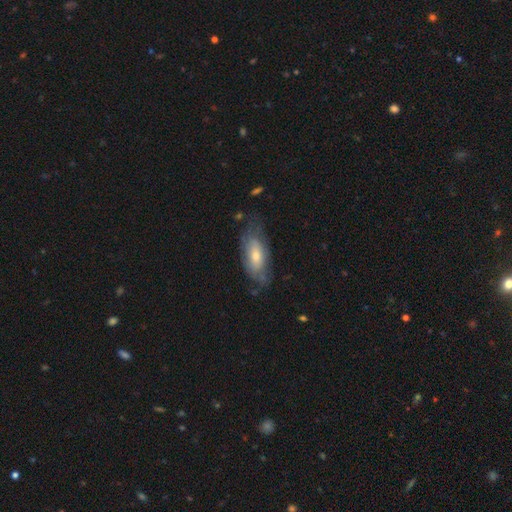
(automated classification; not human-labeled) Overall: smooth (48%; featured or disk 46%). Merging: none (59%; minor disturbance 27%).